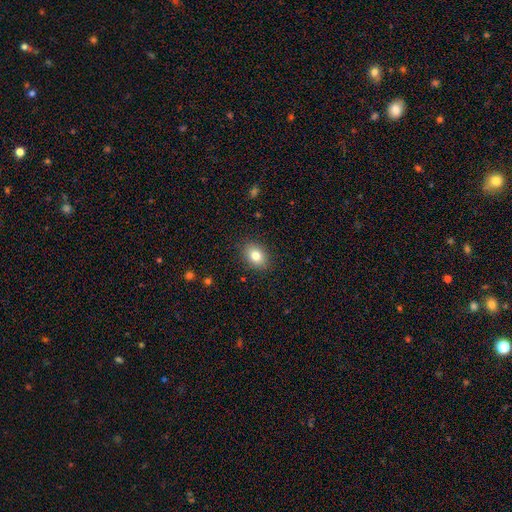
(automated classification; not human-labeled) smooth_or_featured: smooth (p=0.80) [alt: featured or disk p=0.10]
how_rounded: in between (p=0.71) [alt: round p=0.28]
merging: none (p=0.88) [alt: minor disturbance p=0.09]